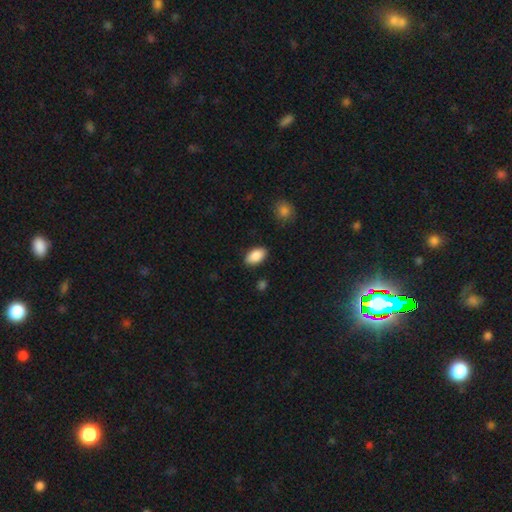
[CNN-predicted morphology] This appears to be a smooth galaxy with no disk features (89%) that is in between round and cigar-shaped (94%). Merging: none (87%).